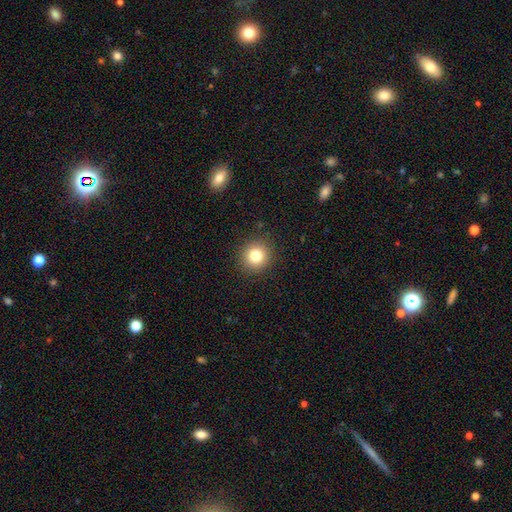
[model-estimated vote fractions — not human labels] This is likely a smooth galaxy (80%). How rounded: clearly round (93%). Merging: clearly none (91%).